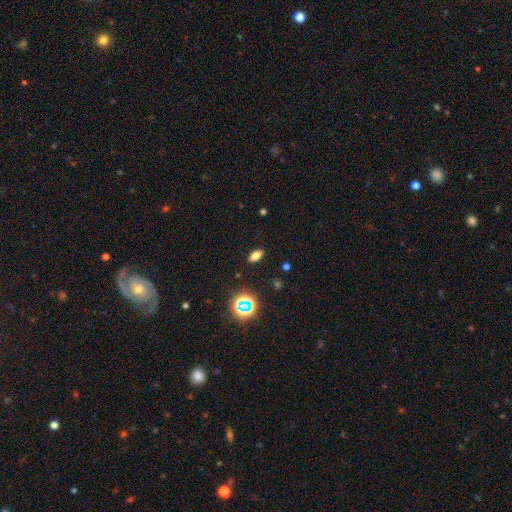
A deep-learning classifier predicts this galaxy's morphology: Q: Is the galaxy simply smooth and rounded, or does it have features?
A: smooth — 70%.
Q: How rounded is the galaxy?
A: in between — 84%.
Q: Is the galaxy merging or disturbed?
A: none — 88%.